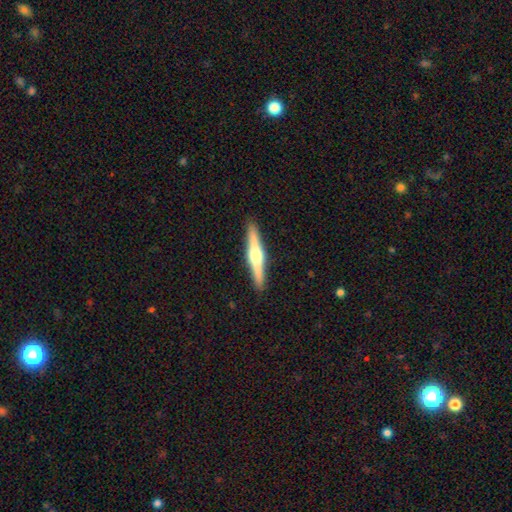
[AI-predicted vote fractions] featured or disk 71%, smooth 24%, star or artifact 5%. Down the decision tree: edge-on disk — yes (98%); edge-on bulge — rounded (93%); merging — none (92%).